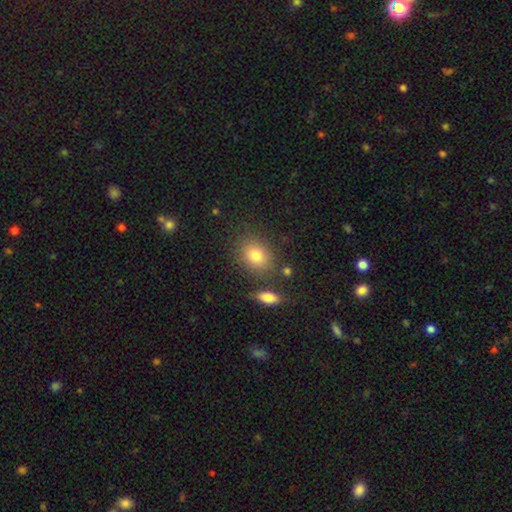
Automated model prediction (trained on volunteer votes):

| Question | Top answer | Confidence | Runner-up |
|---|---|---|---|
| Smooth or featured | smooth | 80% | star or artifact (11%) |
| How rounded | in between | 54% | round (44%) |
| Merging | none | 79% | minor disturbance (11%) |